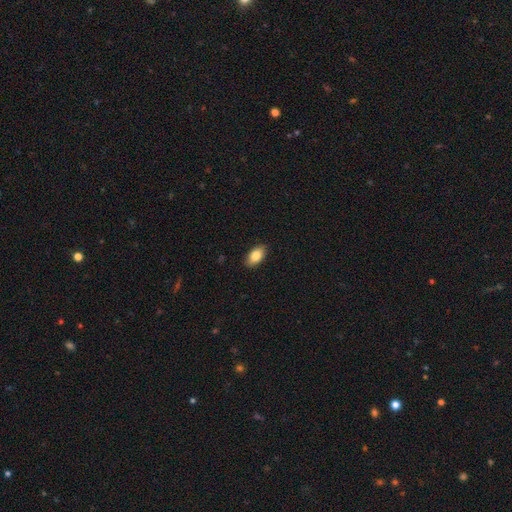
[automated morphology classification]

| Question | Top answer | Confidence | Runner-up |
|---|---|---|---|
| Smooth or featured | smooth | 83% | featured or disk (9%) |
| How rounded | in between | 91% | round (6%) |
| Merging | none | 88% | minor disturbance (9%) |